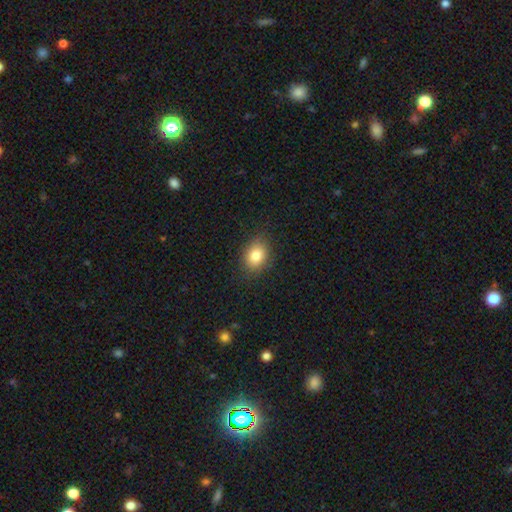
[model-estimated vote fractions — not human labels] Overall: smooth (82%). How rounded: in between (62%; round 37%). Merging: none (85%).